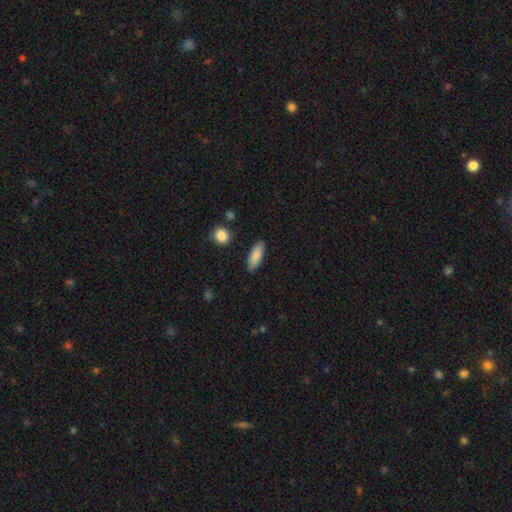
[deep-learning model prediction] smooth 87%, featured or disk 7%, star or artifact 6%. Down the decision tree: how rounded — in between (67%); merging — none (87%).